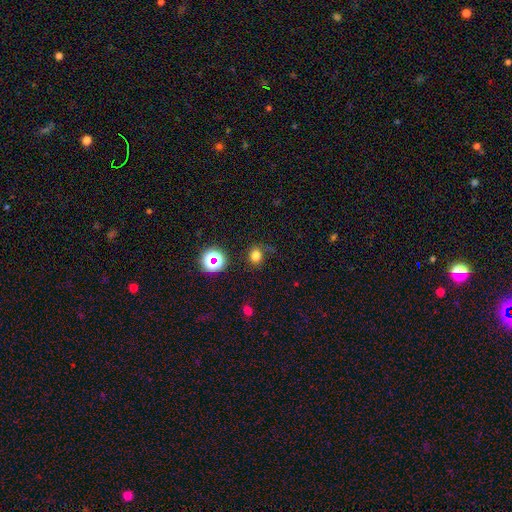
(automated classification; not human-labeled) smooth 73%, star or artifact 19%, featured or disk 7%. Down the decision tree: how rounded — round (77%); merging — none (70%).